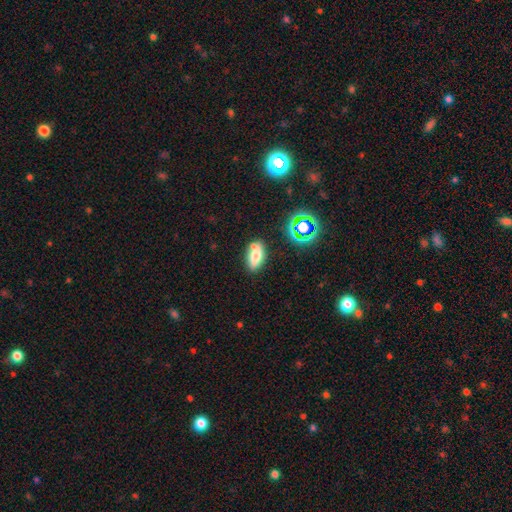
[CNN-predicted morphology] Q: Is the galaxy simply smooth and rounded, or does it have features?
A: smooth — 64%.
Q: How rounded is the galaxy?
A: in between — 83%.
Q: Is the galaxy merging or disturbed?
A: none — 66%.